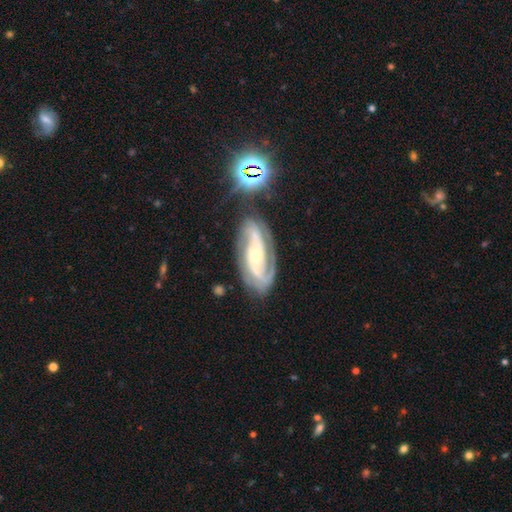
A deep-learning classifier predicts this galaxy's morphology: Q: Smooth or featured?
A: featured or disk (87%); runner-up: star or artifact (7%)
Q: Edge-on disk?
A: no (95%); runner-up: yes (5%)
Q: Bar?
A: no (48%); runner-up: weak (33%)
Q: Spiral arms?
A: yes (97%); runner-up: no (3%)
Q: Spiral winding?
A: tight (47%); runner-up: medium (43%)
Q: Spiral arm count?
A: 2 (72%); runner-up: 3 (10%)
Q: Bulge size?
A: moderate (50%); runner-up: small (40%)
Q: Merging?
A: none (70%); runner-up: minor disturbance (18%)